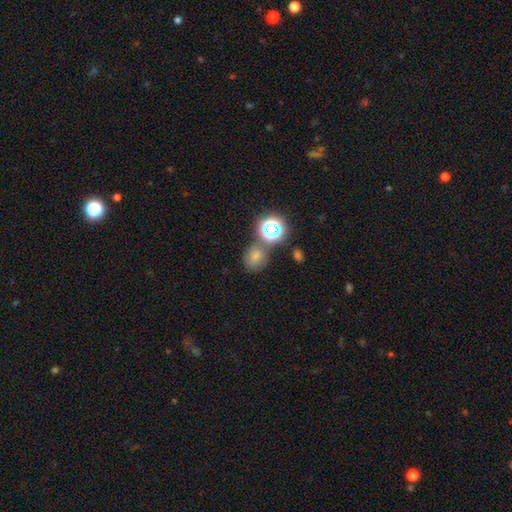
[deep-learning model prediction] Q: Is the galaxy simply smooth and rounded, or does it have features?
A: smooth — 68%.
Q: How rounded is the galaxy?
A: round — 68%.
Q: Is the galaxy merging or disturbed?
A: none — 60%.